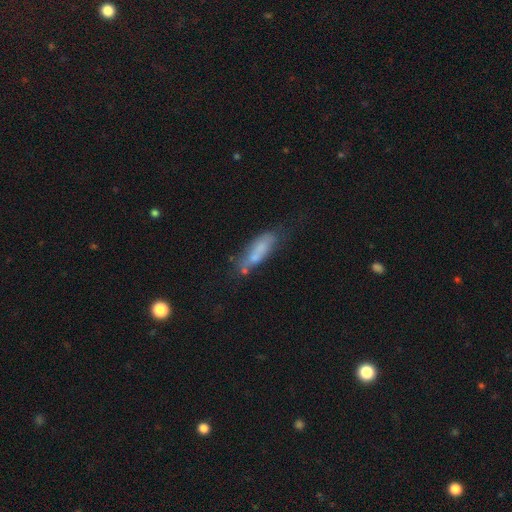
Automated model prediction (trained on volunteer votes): Smooth or featured? smooth (59%)
How rounded? cigar-shaped (57%)
Merging? none (45%)